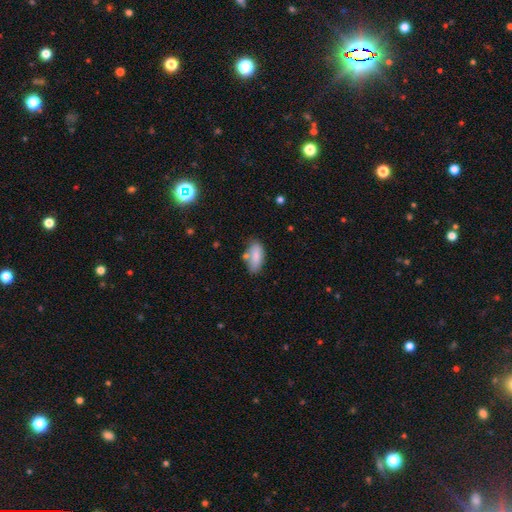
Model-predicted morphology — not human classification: A smooth galaxy with no disk features (83%) that is in between round and cigar-shaped (81%).

Vote fractions:
- Smooth or featured? smooth: 83% / featured or disk: 9% / star or artifact: 7%
- How rounded? in between: 81% / cigar-shaped: 16% / round: 2%
- Merging? none: 65% / minor disturbance: 20% / merger: 10% / major disturbance: 5%